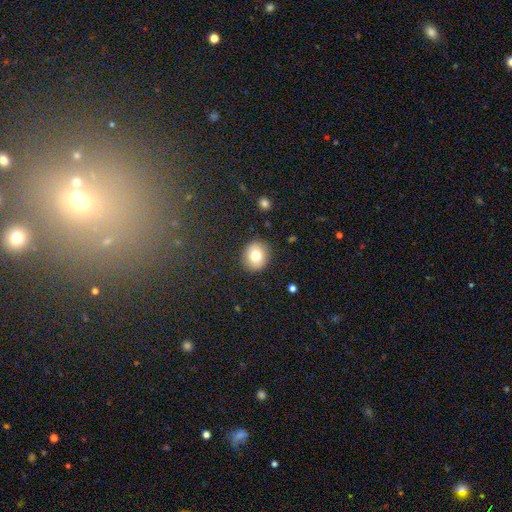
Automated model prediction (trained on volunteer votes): Smooth or featured: smooth — 78% (featured or disk — 12%)
How rounded: round — 81% (in between — 19%)
Merging: none — 89% (minor disturbance — 7%)